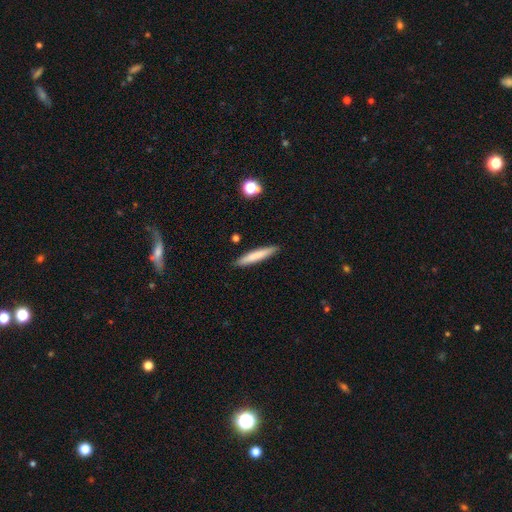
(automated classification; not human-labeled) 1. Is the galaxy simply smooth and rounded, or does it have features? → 76% smooth, 18% featured or disk, 6% star or artifact.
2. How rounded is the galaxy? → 92% cigar-shaped, 7% in between, 1% round.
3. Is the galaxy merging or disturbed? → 90% none, 7% minor disturbance, 2% major disturbance, 1% merger.